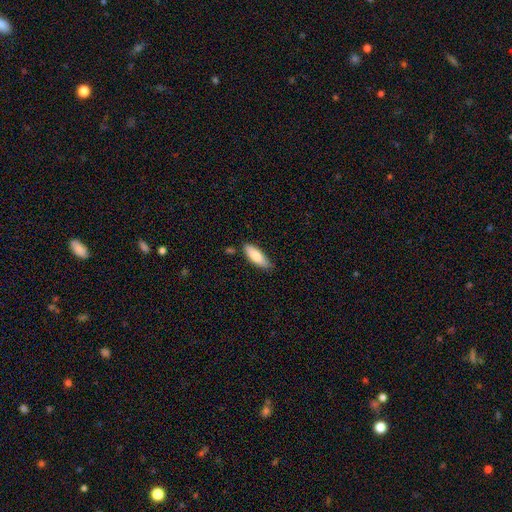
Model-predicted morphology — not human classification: smooth-or-featured: smooth: 80% | featured or disk: 14% | star or artifact: 6%
  how-rounded: in between: 66% | cigar-shaped: 32% | round: 2%
  merging: none: 75% | minor disturbance: 19% | merger: 3% | major disturbance: 3%